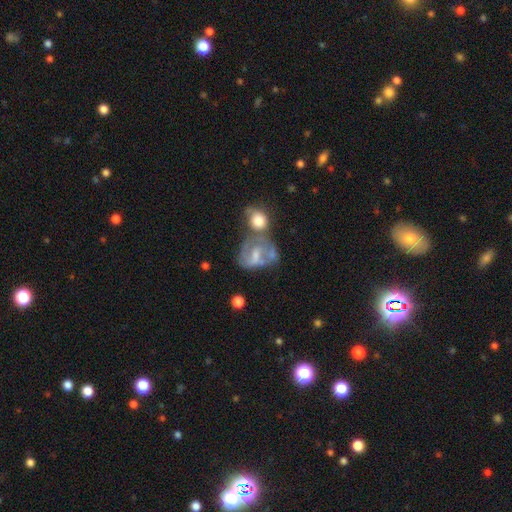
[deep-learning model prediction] The model was most divided on "bar": no: 43%, weak: 41%, strong: 17%. Remaining: edge-on disk — no (96%); smooth or featured — featured or disk (61%); spiral arms — yes (55%); merging — merger (44%); bulge size — moderate (41%).